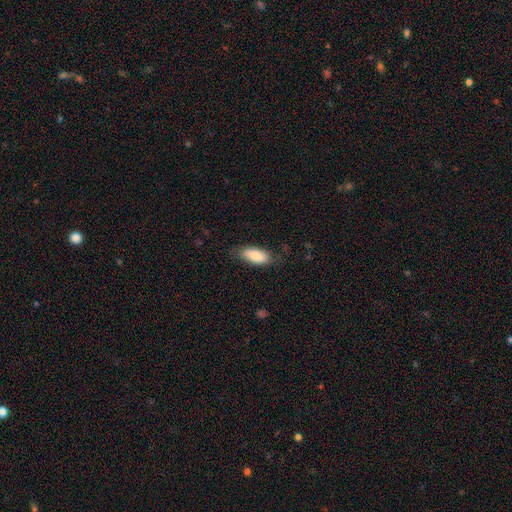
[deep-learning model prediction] Q: Smooth or featured?
A: smooth (83%); runner-up: featured or disk (11%)
Q: How rounded?
A: in between (86%); runner-up: cigar-shaped (12%)
Q: Merging?
A: none (73%); runner-up: minor disturbance (20%)